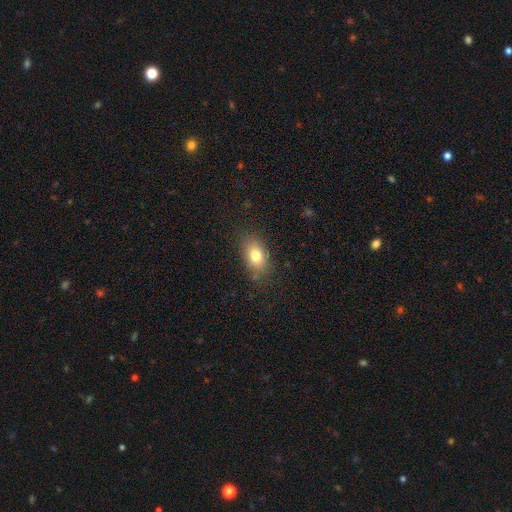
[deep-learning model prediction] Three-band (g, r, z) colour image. It shows a smooth galaxy with no disk features (79%) that is in between round and cigar-shaped (82%). Merging: none (80%).